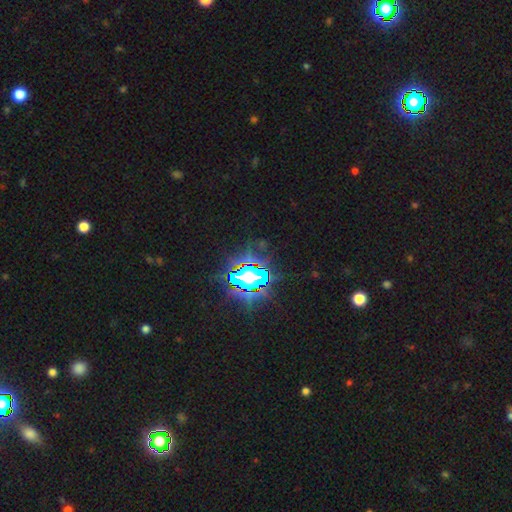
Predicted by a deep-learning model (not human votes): Smooth or featured: star or artifact — 83% (smooth — 10%)